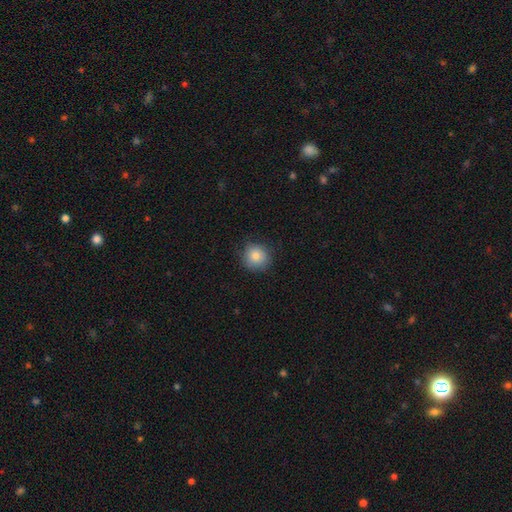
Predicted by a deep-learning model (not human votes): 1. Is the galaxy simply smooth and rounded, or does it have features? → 82% smooth, 10% star or artifact, 9% featured or disk.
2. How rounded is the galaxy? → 91% round, 8% in between, 1% cigar-shaped.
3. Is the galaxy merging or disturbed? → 84% none, 12% minor disturbance, 3% major disturbance, 1% merger.